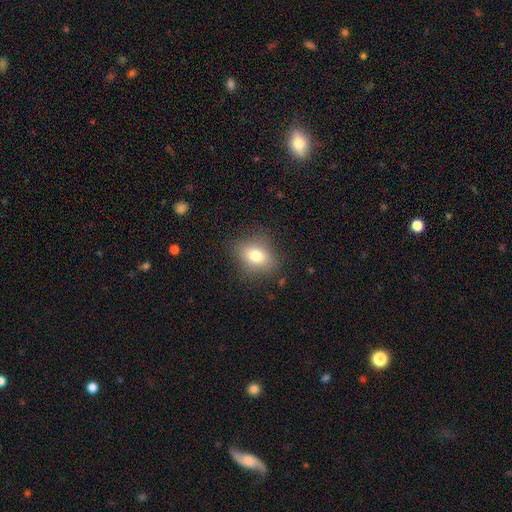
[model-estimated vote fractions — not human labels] Overall: smooth (76%). How rounded: in between (58%; round 40%). Merging: none (80%).